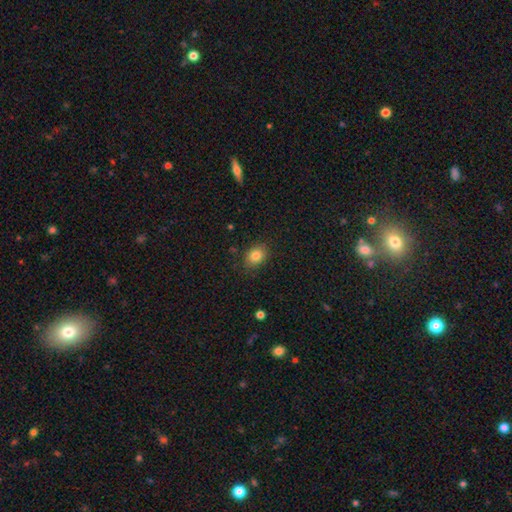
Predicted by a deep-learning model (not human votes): Smooth or featured: smooth — 82% (star or artifact — 10%)
How rounded: in between — 57% (round — 42%)
Merging: none — 85% (minor disturbance — 11%)